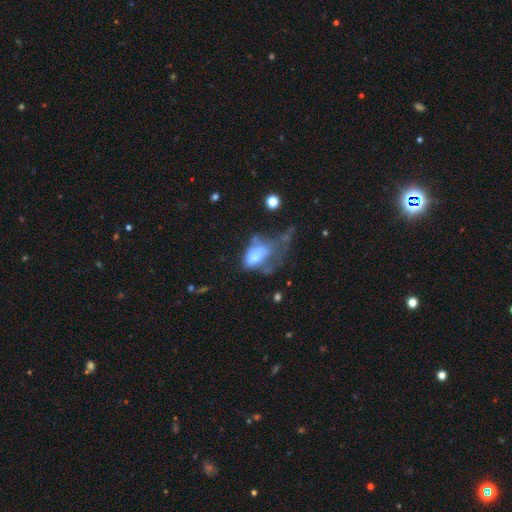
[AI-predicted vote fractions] A smooth galaxy with no disk features (60%) that is in between round and cigar-shaped (86%). Merging: major disturbance (54%).